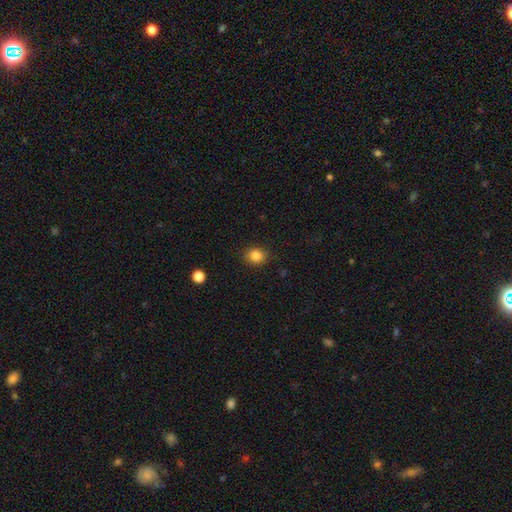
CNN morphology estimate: smooth_or_featured: smooth (p=0.84) [alt: star or artifact p=0.11]
how_rounded: round (p=0.75) [alt: in between p=0.24]
merging: none (p=0.87) [alt: minor disturbance p=0.09]